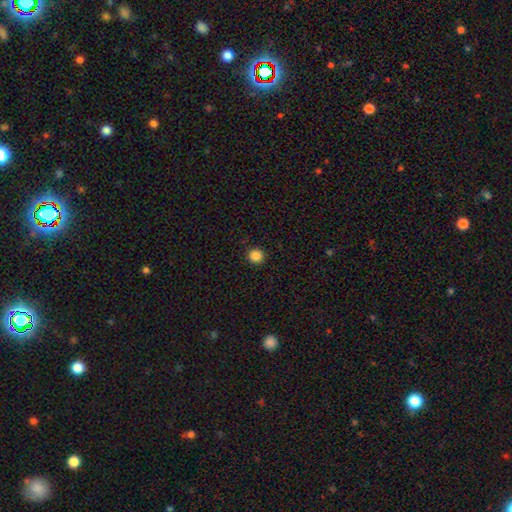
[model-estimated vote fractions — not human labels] A smooth galaxy with no disk features (86%) that is round (95%).

Vote fractions:
- Smooth or featured? smooth: 86% / star or artifact: 11% / featured or disk: 3%
- How rounded? round: 95% / in between: 4% / cigar-shaped: 1%
- Merging? none: 93% / minor disturbance: 5% / major disturbance: 2% / merger: 1%